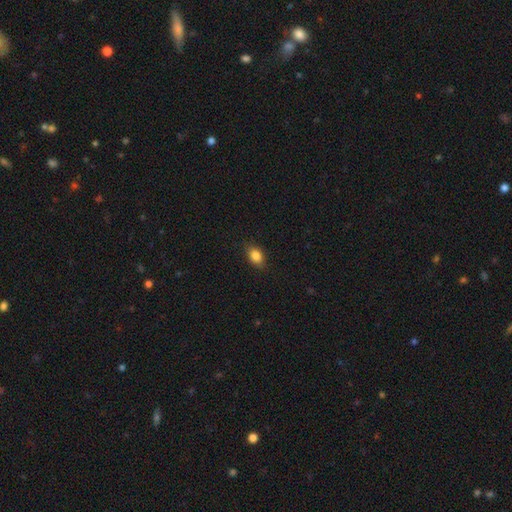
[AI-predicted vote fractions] The model was most divided on "how rounded": in between: 78%, round: 20%, cigar-shaped: 2%. More confident: merging — none (86%); smooth or featured — smooth (86%).